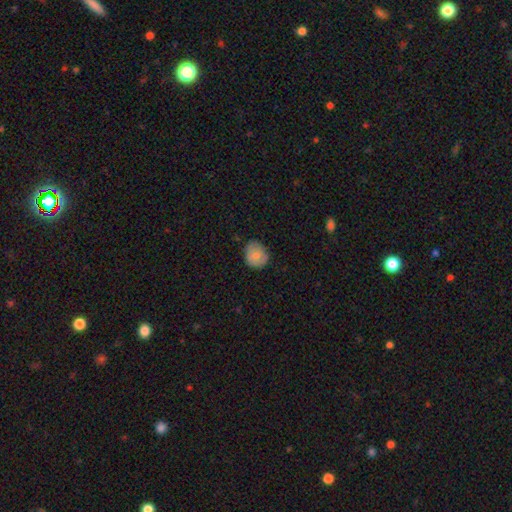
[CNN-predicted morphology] Smooth or featured?
  - smooth: 78% *
  - featured or disk: 15%
  - star or artifact: 7%
How rounded?
  - round: 67% *
  - in between: 32%
  - cigar-shaped: 1%
Merging?
  - none: 73% *
  - minor disturbance: 22%
  - major disturbance: 4%
  - merger: 1%